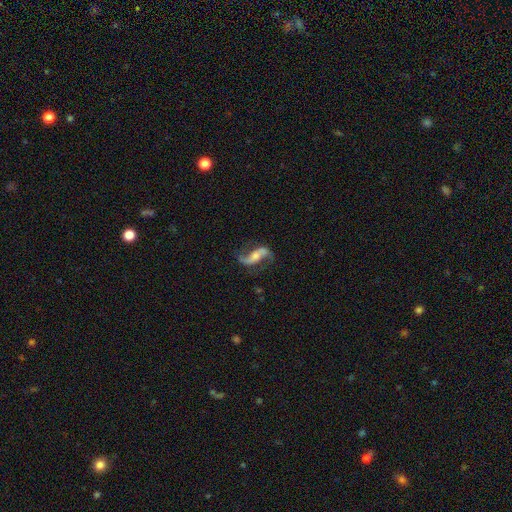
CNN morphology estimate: Overall: featured or disk (85%). Edge-on disk: no (93%). Bar: no (38%; strong 33%). Spiral arms: yes (95%). Spiral arm count: 2 (93%). Spiral winding: loose (71%). Bulge size: moderate (47%; small 43%). Merging: none (74%).